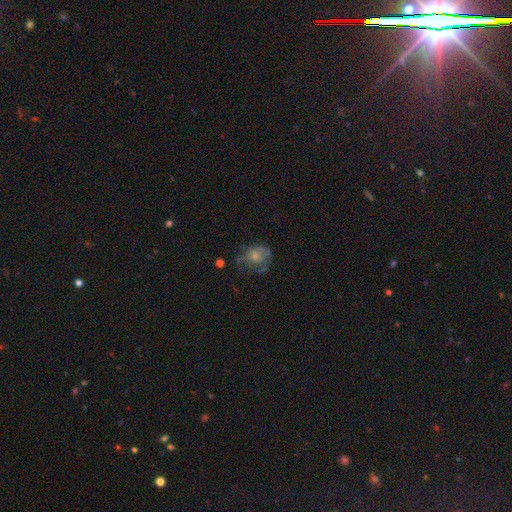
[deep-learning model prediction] A smooth galaxy with no disk features (52%) that is round (64%). Merging: none (45%).